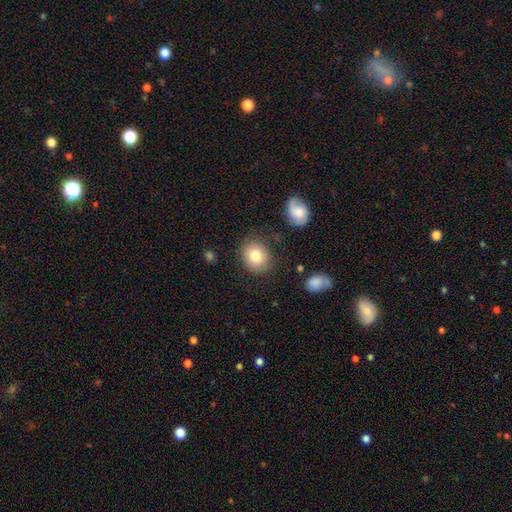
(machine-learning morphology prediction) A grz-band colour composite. It shows a smooth galaxy with no disk features (81%) that is round (66%). Merging: none (83%).